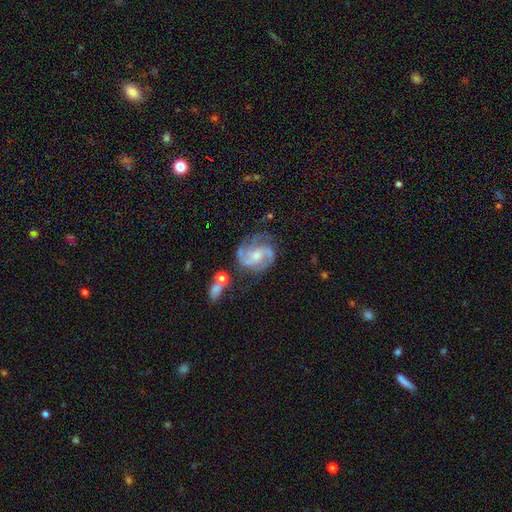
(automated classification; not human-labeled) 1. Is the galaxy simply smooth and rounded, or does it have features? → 89% featured or disk, 6% smooth, 5% star or artifact.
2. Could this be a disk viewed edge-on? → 98% no, 2% yes.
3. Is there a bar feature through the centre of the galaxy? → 59% no, 33% weak, 8% strong.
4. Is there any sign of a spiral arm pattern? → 97% yes, 3% no.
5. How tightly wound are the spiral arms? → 51% medium, 35% tight, 13% loose.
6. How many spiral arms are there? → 47% 2, 33% 3, 8% can't tell, 5% 4, 3% 1, 3% more than 4.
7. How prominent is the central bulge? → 53% small, 39% moderate, 4% none, 2% large, 1% dominant.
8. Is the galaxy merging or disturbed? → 65% none, 20% minor disturbance, 10% major disturbance, 5% merger.